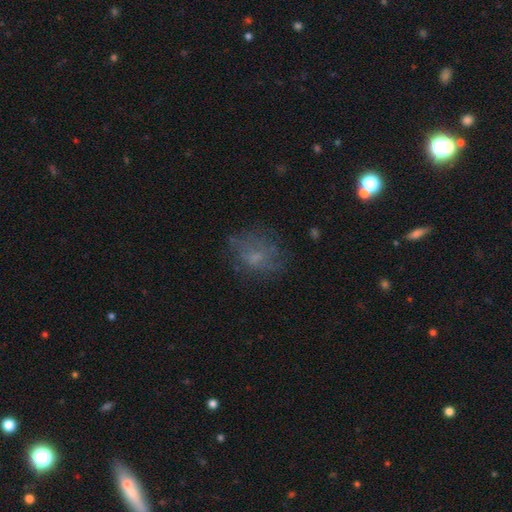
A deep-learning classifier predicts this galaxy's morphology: Smooth or featured?
  - smooth: 50% *
  - featured or disk: 32%
  - star or artifact: 17%
How rounded?
  - in between: 52% *
  - round: 47%
  - cigar-shaped: 2%
Merging?
  - none: 62% *
  - minor disturbance: 20%
  - major disturbance: 16%
  - merger: 2%